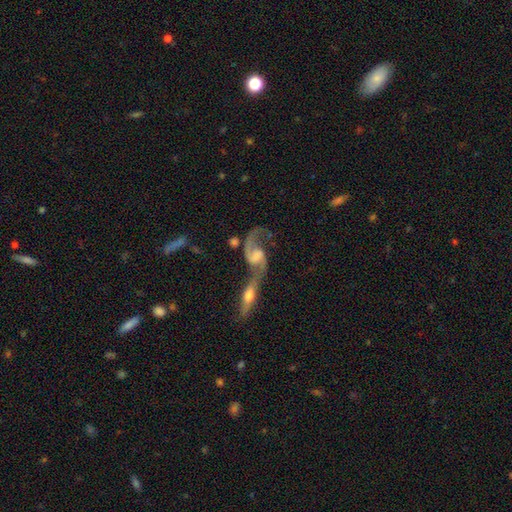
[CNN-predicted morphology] Smooth or featured: featured or disk — 84% (smooth — 11%)
Edge-on disk: no — 94% (yes — 6%)
Bar: weak — 46% (no — 39%)
Spiral arms: yes — 93% (no — 7%)
Spiral winding: loose — 68% (medium — 26%)
Spiral arm count: 2 — 88% (1 — 7%)
Bulge size: none — 31% (moderate — 29%)
Merging: merger — 55% (none — 26%)